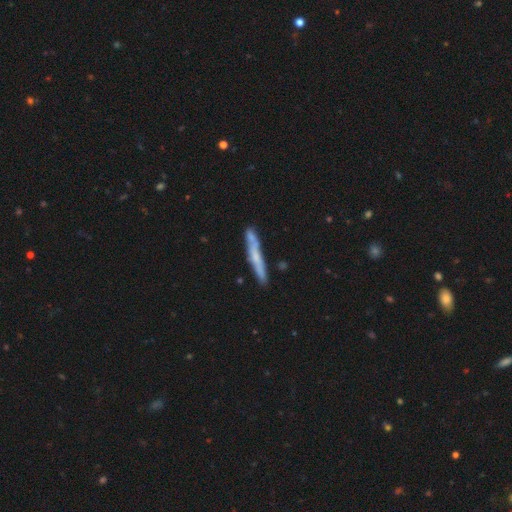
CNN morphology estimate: Smooth or featured? Predicted: smooth (p=0.48). Merging? Predicted: none (p=0.77).